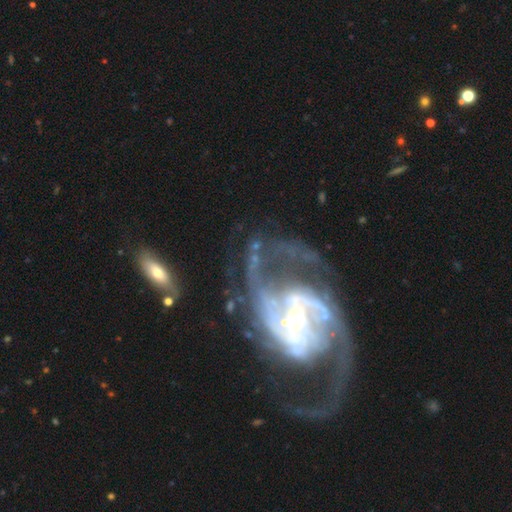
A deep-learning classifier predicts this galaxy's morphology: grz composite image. It shows a featured or disk galaxy (90%) with no bar (40%), 2 (67%) medium (48%) spiral arms (96%) and a small central bulge (65%). Merging: none (52%).